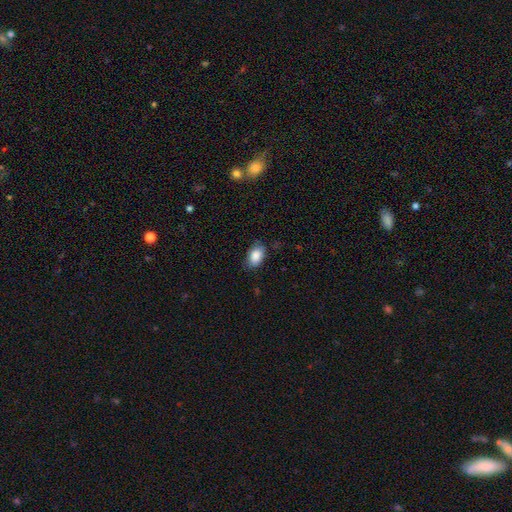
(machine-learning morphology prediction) This is clearly a smooth galaxy (87%). How rounded: clearly in between (90%). Merging: likely none (78%).